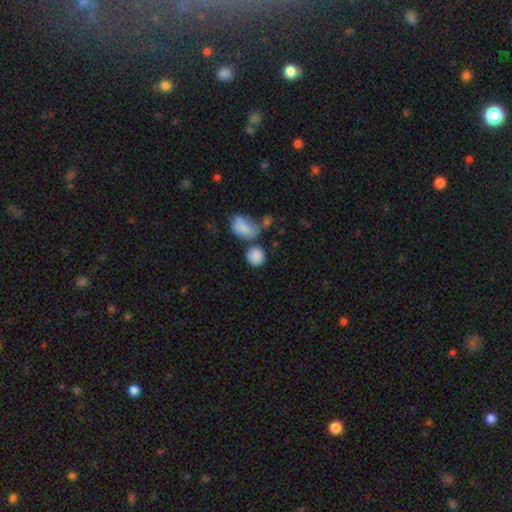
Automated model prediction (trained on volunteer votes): A smooth galaxy with no disk features (85%) that is round (79%). Merging: none (56%).